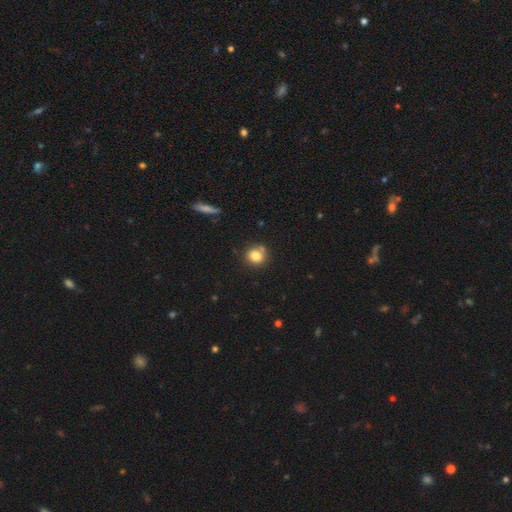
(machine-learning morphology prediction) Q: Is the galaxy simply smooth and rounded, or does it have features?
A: smooth — 82%.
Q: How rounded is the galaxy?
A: round — 81%.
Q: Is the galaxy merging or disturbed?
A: none — 71%.